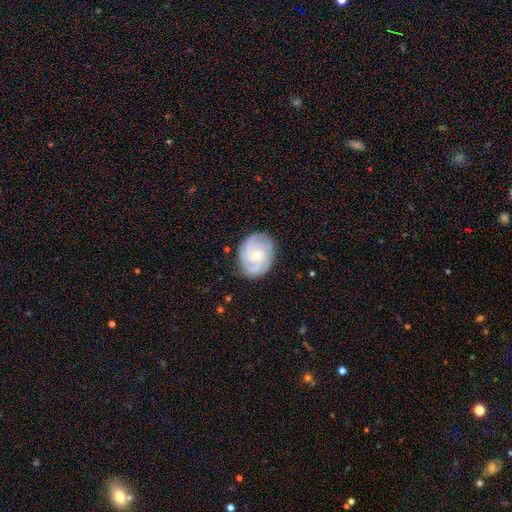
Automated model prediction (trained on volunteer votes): A featured or disk galaxy (87%) with no bar (74%), 3 (41%) tight (74%) spiral arms (98%) and a small central bulge (53%).

Vote fractions:
- Smooth or featured? featured or disk: 87% / smooth: 9% / star or artifact: 5%
- Edge-on disk? no: 98% / yes: 2%
- Bar? no: 74% / weak: 22% / strong: 4%
- Spiral arms? yes: 98% / no: 2%
- Spiral winding? tight: 74% / medium: 23% / loose: 3%
- Spiral arm count? 3: 41% / 4: 18% / can't tell: 16% / 2: 14% / more than 4: 6% / 1: 6%
- Bulge size? small: 53% / moderate: 44% / large: 1% / none: 1% / dominant: 1%
- Merging? none: 83% / minor disturbance: 13% / major disturbance: 3% / merger: 1%